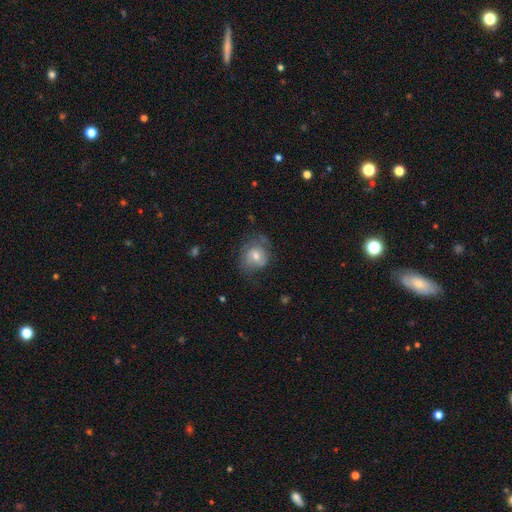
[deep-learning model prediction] Smooth or featured? Predicted: featured or disk (p=0.49). Merging? Predicted: none (p=0.57).